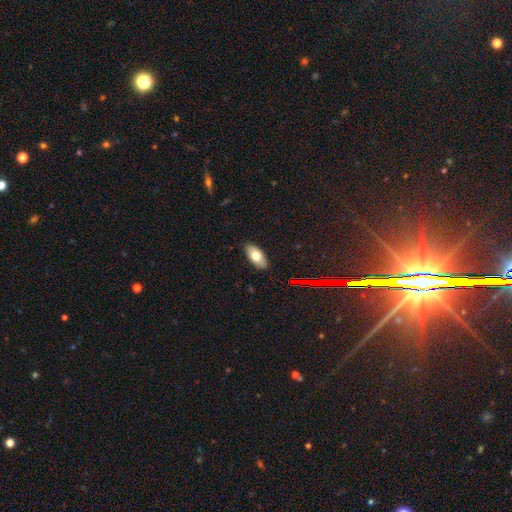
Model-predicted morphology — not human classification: A smooth galaxy with no disk features (72%) that is in between round and cigar-shaped (91%).

Vote fractions:
- Smooth or featured? smooth: 72% / featured or disk: 19% / star or artifact: 8%
- How rounded? in between: 91% / cigar-shaped: 6% / round: 3%
- Merging? none: 87% / minor disturbance: 10% / major disturbance: 2% / merger: 1%